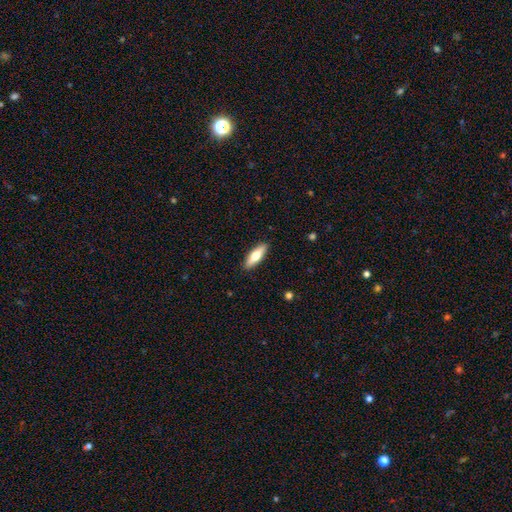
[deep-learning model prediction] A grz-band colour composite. It shows a smooth galaxy with no disk features (63%) that is in between round and cigar-shaped (51%). Merging: none (90%).